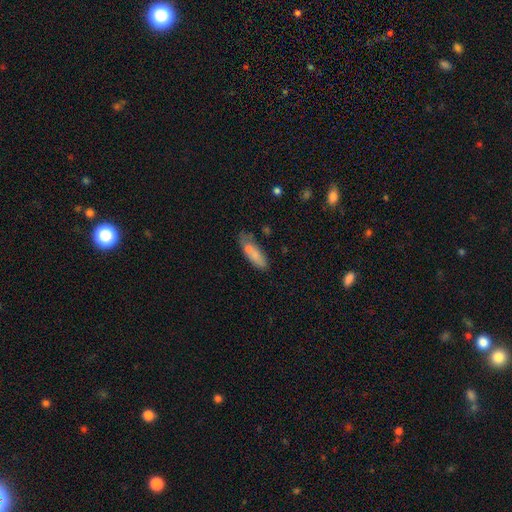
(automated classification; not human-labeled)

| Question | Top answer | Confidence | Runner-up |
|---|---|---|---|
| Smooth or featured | smooth | 72% | featured or disk (20%) |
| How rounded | in between | 61% | cigar-shaped (36%) |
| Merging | none | 52% | minor disturbance (23%) |